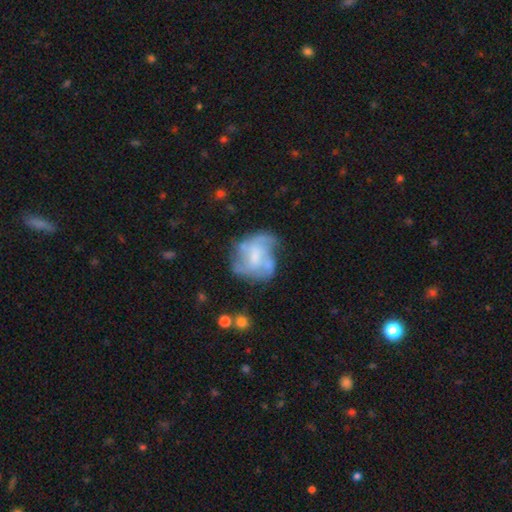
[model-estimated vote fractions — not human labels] featured or disk 62%, smooth 29%, star or artifact 9%. Down the decision tree: edge-on disk — no (98%); bar — no (60%); spiral arms — yes (56%); bulge size — moderate (34%); merging — none (44%).